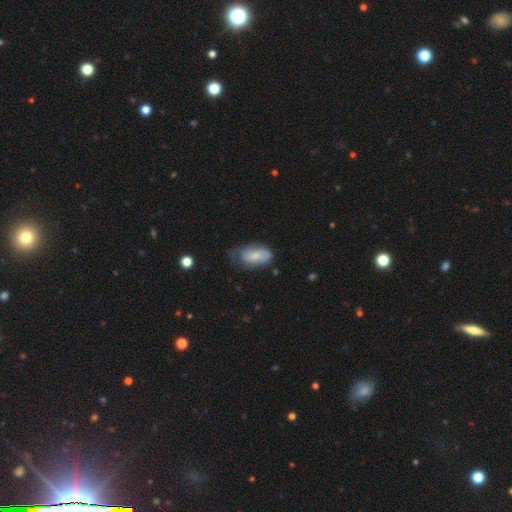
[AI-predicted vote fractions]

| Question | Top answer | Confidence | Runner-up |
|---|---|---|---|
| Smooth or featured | smooth | 64% | featured or disk (30%) |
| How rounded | in between | 91% | cigar-shaped (5%) |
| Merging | none | 44% | minor disturbance (39%) |